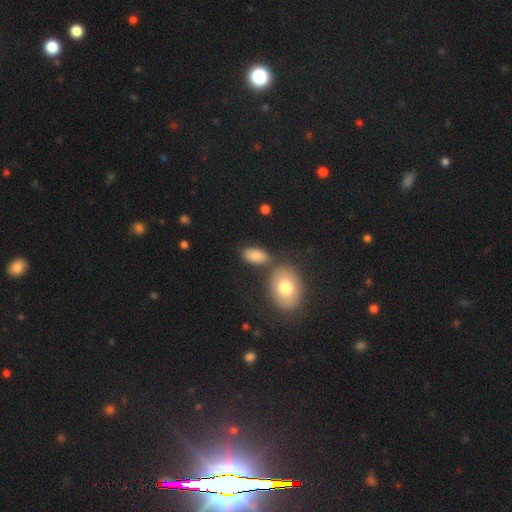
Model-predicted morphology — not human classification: Smooth or featured? smooth (82%)
How rounded? in between (91%)
Merging? none (63%)